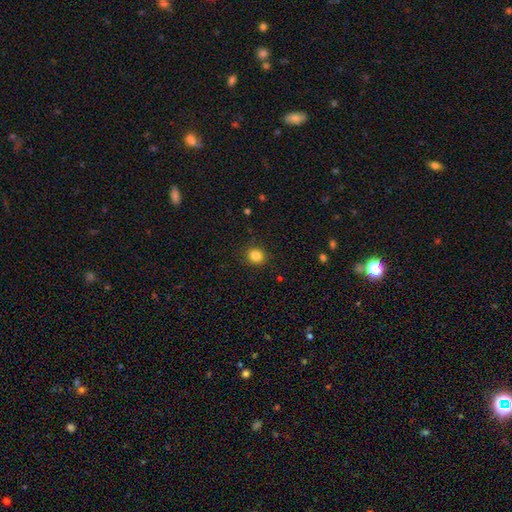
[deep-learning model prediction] Overall: smooth (84%). How rounded: round (82%). Merging: none (90%).